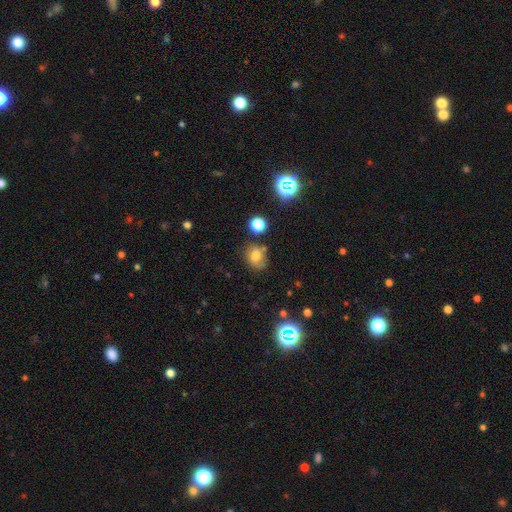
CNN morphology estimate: type=smooth (69%); roundness=round (58%); merging=none (68%).